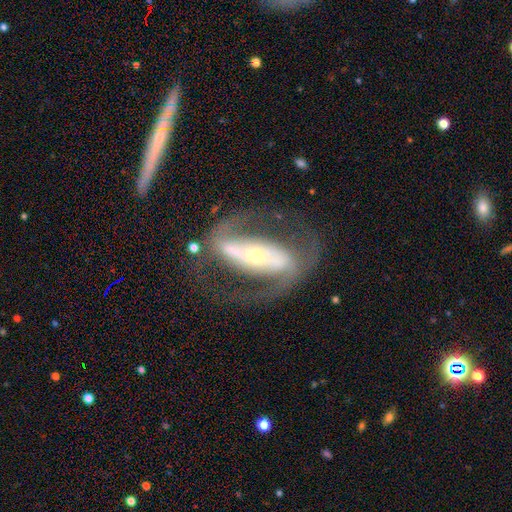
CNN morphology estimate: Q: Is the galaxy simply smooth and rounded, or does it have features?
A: featured or disk — 88%.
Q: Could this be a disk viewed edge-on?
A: no — 92%.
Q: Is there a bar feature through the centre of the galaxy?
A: strong — 69%.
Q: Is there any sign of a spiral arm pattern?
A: yes — 89%.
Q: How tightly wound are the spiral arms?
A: medium — 53%.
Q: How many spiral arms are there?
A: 2 — 90%.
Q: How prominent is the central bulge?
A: moderate — 48%.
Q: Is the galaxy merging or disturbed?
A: none — 71%.